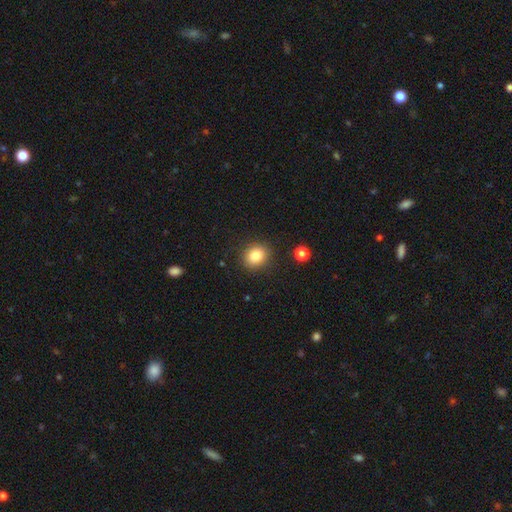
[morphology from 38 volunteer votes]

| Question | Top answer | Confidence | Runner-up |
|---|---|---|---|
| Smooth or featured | smooth | 76% | star or artifact (13%) |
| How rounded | round | 83% | in between (14%) |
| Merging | none | 94% | minor disturbance (6%) |